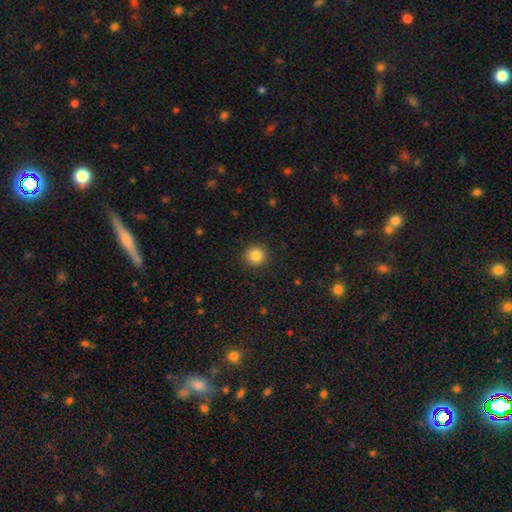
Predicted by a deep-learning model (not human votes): smooth-or-featured: smooth: 85% | star or artifact: 11% | featured or disk: 5%
  how-rounded: round: 93% | in between: 6% | cigar-shaped: 1%
  merging: none: 91% | minor disturbance: 6% | major disturbance: 2% | merger: 1%